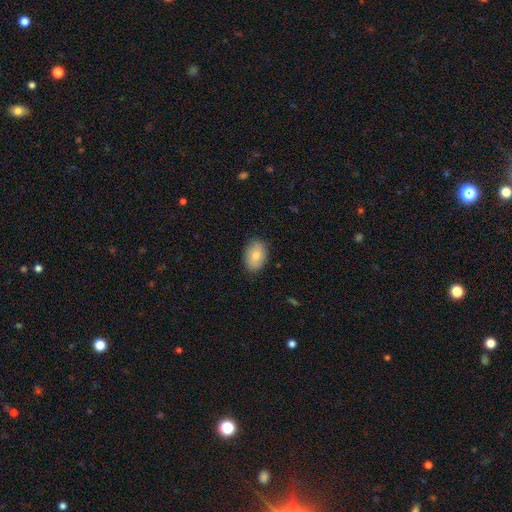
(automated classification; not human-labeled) A smooth galaxy with no disk features (80%) that is in between round and cigar-shaped (83%). Merging: none (85%).